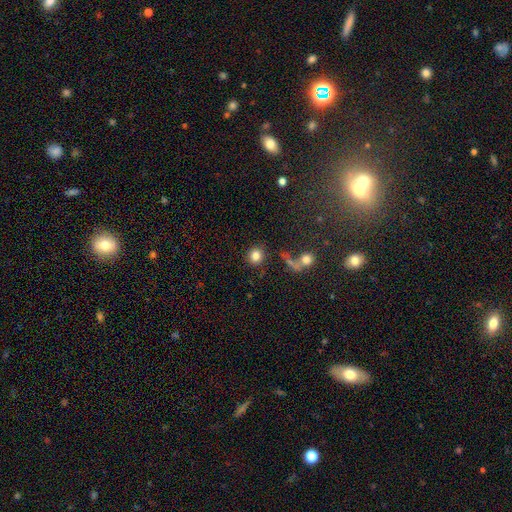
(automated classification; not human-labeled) A smooth galaxy with no disk features (83%) that is round (88%).

Vote fractions:
- Smooth or featured? smooth: 83% / star or artifact: 10% / featured or disk: 7%
- How rounded? round: 88% / in between: 11% / cigar-shaped: 1%
- Merging? none: 81% / minor disturbance: 8% / merger: 7% / major disturbance: 4%